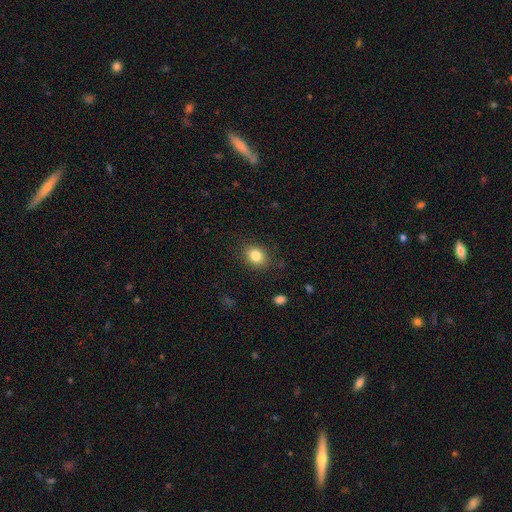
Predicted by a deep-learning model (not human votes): The model was most divided on "how rounded": in between: 52%, round: 48%, cigar-shaped: 1%. More confident: merging — none (84%); smooth or featured — smooth (84%).